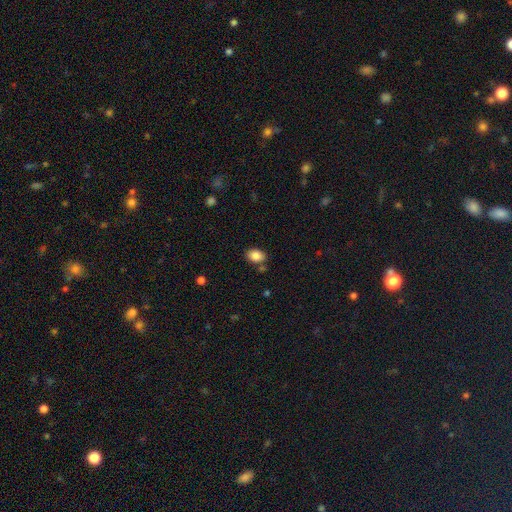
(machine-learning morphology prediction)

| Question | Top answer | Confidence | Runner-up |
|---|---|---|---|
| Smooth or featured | smooth | 86% | star or artifact (8%) |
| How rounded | in between | 79% | round (19%) |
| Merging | none | 79% | minor disturbance (12%) |